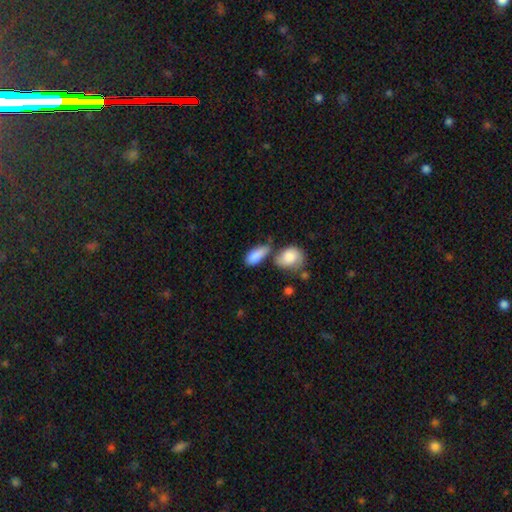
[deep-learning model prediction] Smooth or featured: smooth — 85% (featured or disk — 9%)
How rounded: in between — 85% (cigar-shaped — 9%)
Merging: merger — 38% (none — 36%)